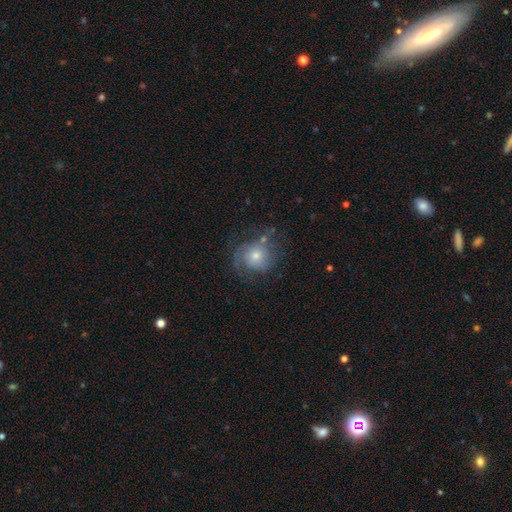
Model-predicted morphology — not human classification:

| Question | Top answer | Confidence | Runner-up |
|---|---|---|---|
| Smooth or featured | featured or disk | 54% | smooth (35%) |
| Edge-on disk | no | 97% | yes (3%) |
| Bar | no | 82% | weak (15%) |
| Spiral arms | yes | 79% | no (21%) |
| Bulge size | moderate | 49% | small (42%) |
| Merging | none | 61% | minor disturbance (20%) |